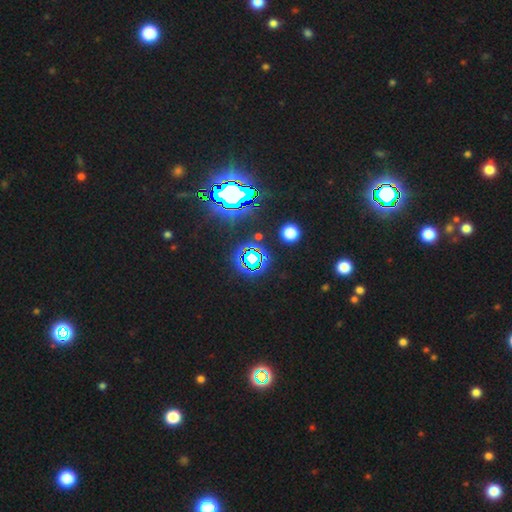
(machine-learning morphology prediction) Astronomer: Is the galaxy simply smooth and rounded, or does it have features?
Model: star or artifact — 83%.